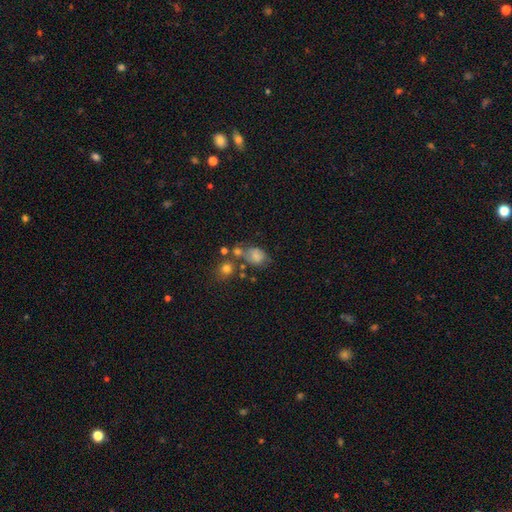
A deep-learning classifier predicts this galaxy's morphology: type=smooth (69%); roundness=in between (59%); merging=none (37%).